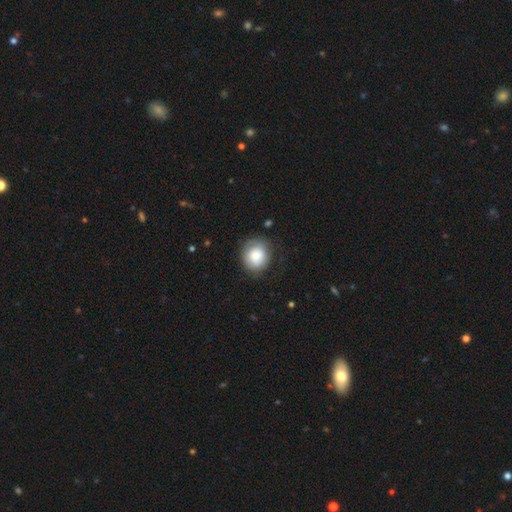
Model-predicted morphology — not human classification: Smooth or featured?
  - smooth: 76% *
  - featured or disk: 17%
  - star or artifact: 7%
How rounded?
  - round: 76% *
  - in between: 23%
  - cigar-shaped: 1%
Merging?
  - none: 74% *
  - minor disturbance: 18%
  - major disturbance: 6%
  - merger: 1%